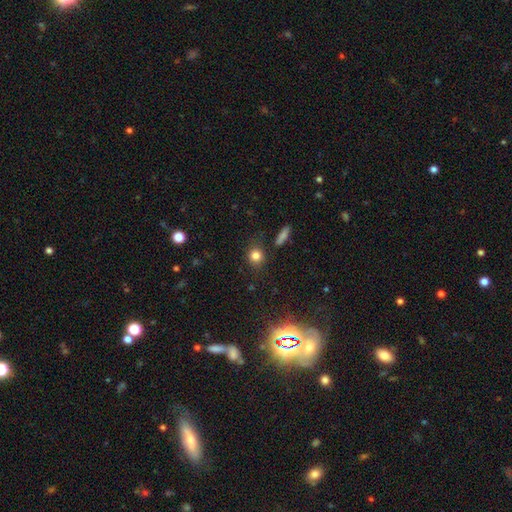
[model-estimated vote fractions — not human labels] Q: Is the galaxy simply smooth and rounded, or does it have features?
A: smooth — 80%.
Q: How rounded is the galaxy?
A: round — 81%.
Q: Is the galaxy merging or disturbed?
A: none — 82%.